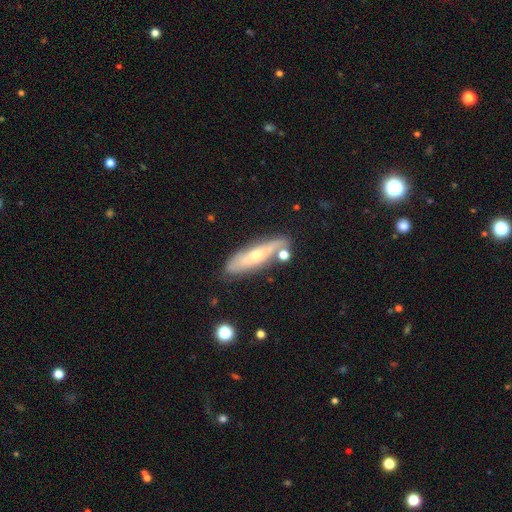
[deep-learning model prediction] This is possibly a featured or disk galaxy (54%). It is possibly viewed edge-on (54%). Merging: likely none (69%).